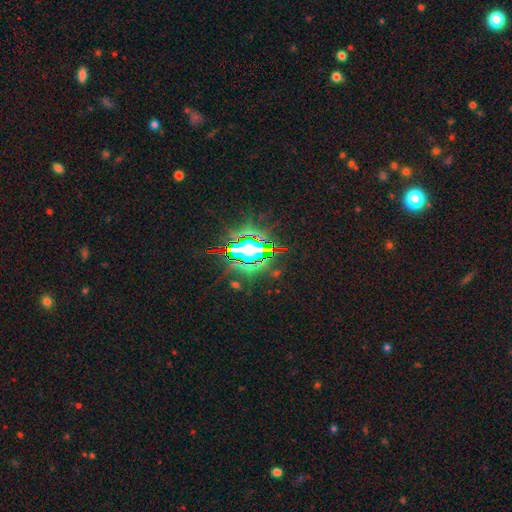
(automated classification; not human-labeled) The model was most divided on "smooth or featured": star or artifact: 80%, smooth: 10%, featured or disk: 10%.